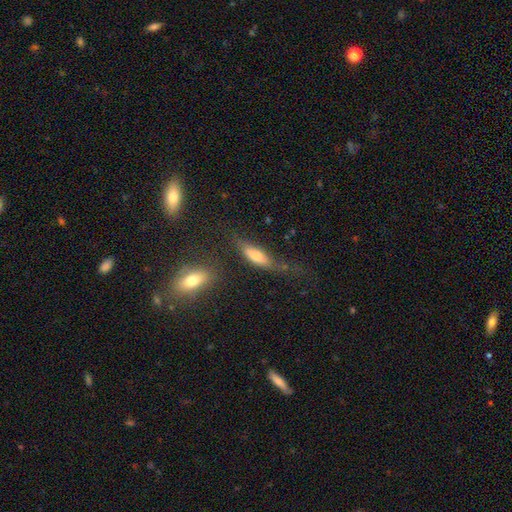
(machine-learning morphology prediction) Smooth or featured?
  - smooth: 58% *
  - featured or disk: 31%
  - star or artifact: 11%
How rounded?
  - cigar-shaped: 55% *
  - in between: 42%
  - round: 3%
Merging?
  - none: 44% *
  - minor disturbance: 26%
  - major disturbance: 23%
  - merger: 8%